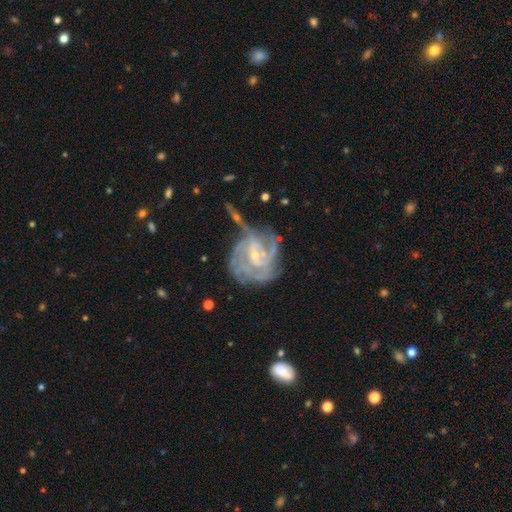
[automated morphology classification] featured or disk 88%, star or artifact 6%, smooth 6%. Down the decision tree: edge-on disk — no (97%); bar — weak (45%); spiral arms — yes (96%); spiral arm count — can't tell (28%); spiral winding — tight (61%); bulge size — small (71%); merging — none (43%).